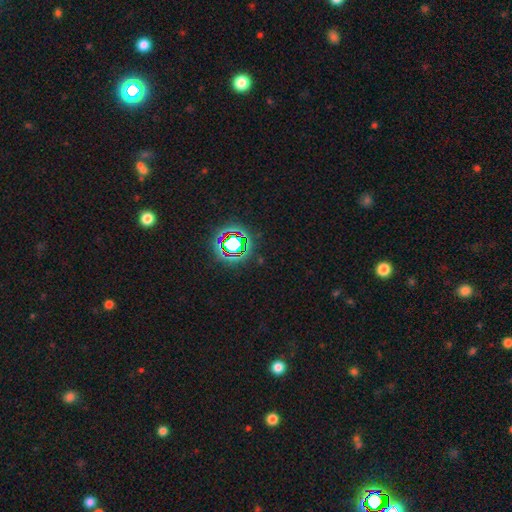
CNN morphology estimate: star or artifact 78%, smooth 13%, featured or disk 9%.